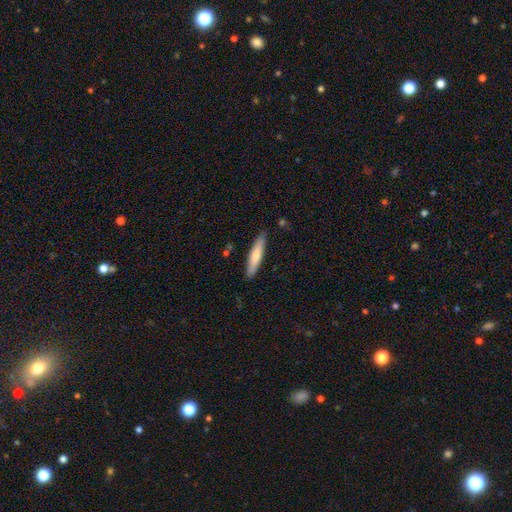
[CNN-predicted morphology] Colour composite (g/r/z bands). It shows a smooth galaxy with no disk features (71%) that is cigar-shaped (85%). Merging: none (86%).